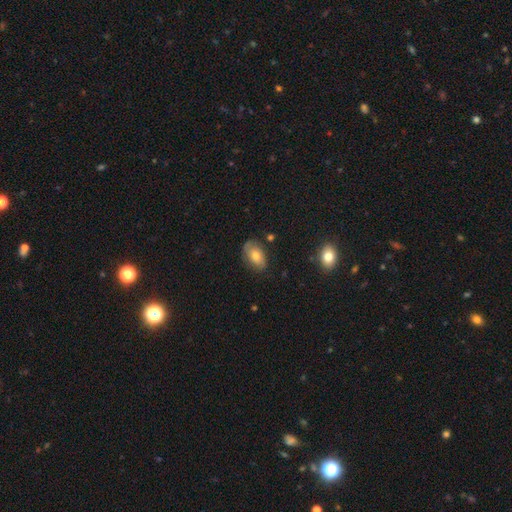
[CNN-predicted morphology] Smooth or featured?
  - smooth: 66% *
  - featured or disk: 25%
  - star or artifact: 9%
How rounded?
  - in between: 89% *
  - round: 10%
  - cigar-shaped: 2%
Merging?
  - none: 70% *
  - minor disturbance: 22%
  - major disturbance: 5%
  - merger: 2%